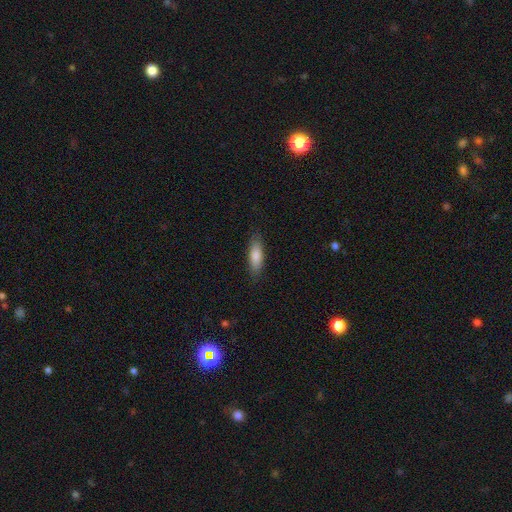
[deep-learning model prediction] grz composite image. It shows a smooth galaxy with no disk features (81%) that is in between round and cigar-shaped (51%). Merging: none (85%).